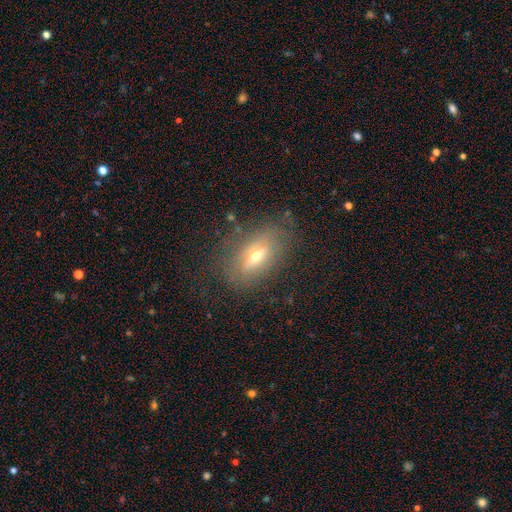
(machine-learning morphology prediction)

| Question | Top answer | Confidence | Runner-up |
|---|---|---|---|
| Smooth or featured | featured or disk | 44% | tied: smooth (44%) |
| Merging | none | 74% | minor disturbance (17%) |